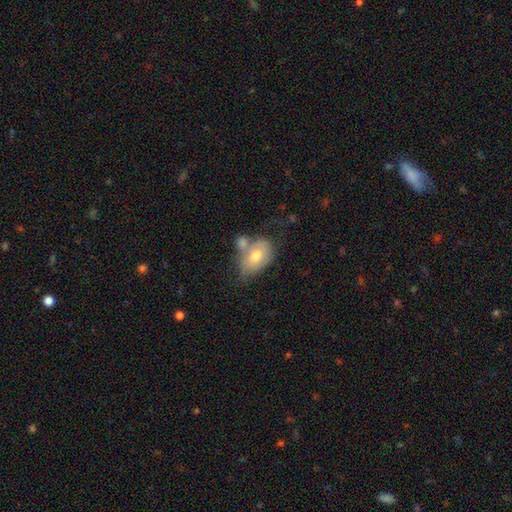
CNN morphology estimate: This appears to be a smooth galaxy with no disk features (68%) that is in between round and cigar-shaped (84%). Merging: merger (36%).